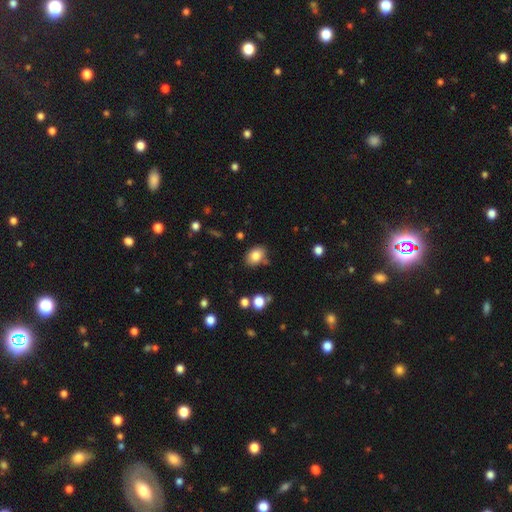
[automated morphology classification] A smooth galaxy with no disk features (83%) that is in between round and cigar-shaped (76%). Merging: none (78%).